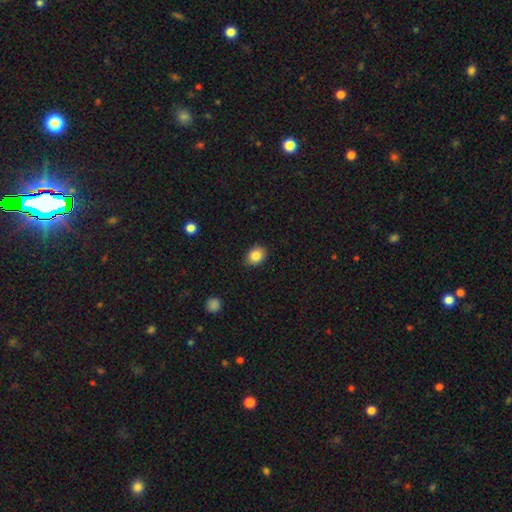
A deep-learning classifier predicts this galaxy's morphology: This is clearly a smooth galaxy (84%). How rounded: possibly in between (50%). Merging: clearly none (87%).